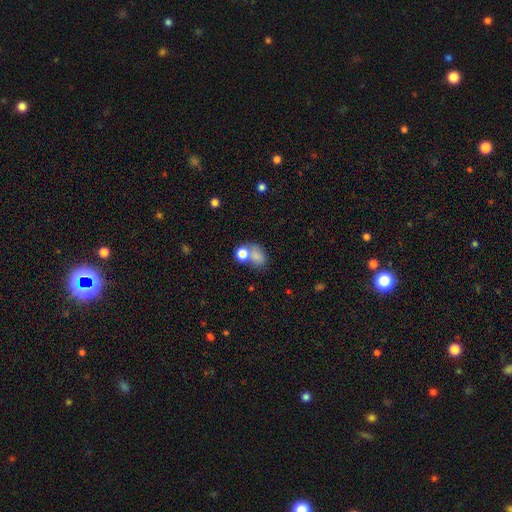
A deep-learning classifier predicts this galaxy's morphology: Q: Smooth or featured?
A: smooth (78%); runner-up: star or artifact (12%)
Q: How rounded?
A: in between (60%); runner-up: round (39%)
Q: Merging?
A: none (39%); tied with: merger (39%)